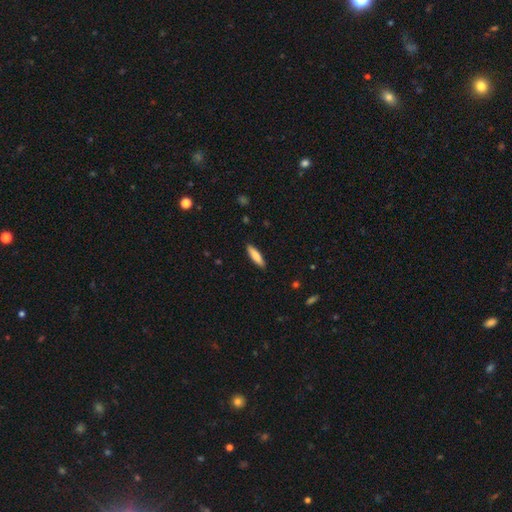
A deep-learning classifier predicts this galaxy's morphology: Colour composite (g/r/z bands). It shows a smooth galaxy with no disk features (77%) that is cigar-shaped (71%). Merging: none (89%).